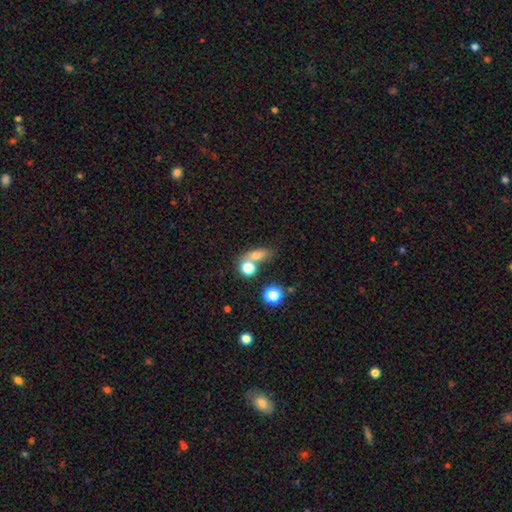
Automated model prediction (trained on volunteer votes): The model was most divided on "merging": none: 49%, merger: 32%, minor disturbance: 12%, major disturbance: 6%. More confident: smooth or featured — smooth (69%); how rounded — in between (56%).